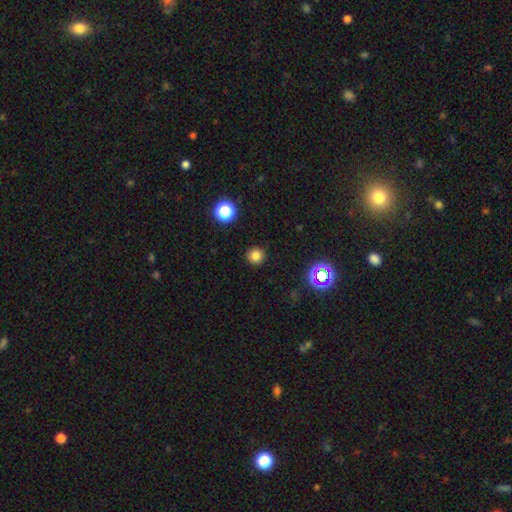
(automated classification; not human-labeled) Q: Smooth or featured?
A: smooth (80%); runner-up: star or artifact (15%)
Q: How rounded?
A: round (94%); runner-up: in between (5%)
Q: Merging?
A: none (91%); runner-up: minor disturbance (6%)